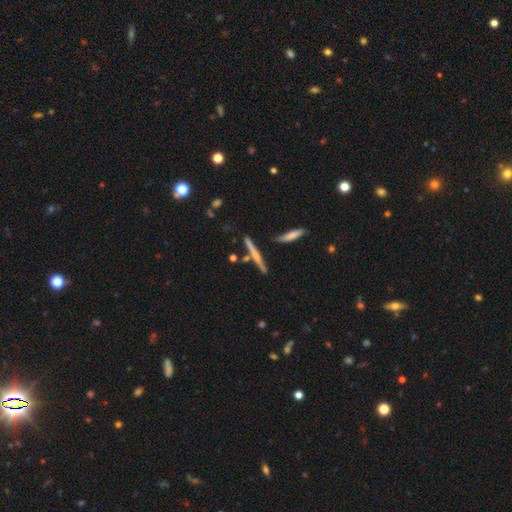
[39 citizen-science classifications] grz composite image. It shows a featured or disk galaxy (77%) viewed edge-on (97%) with no central bulge (41%, tied with rounded). Merging: none (91%).